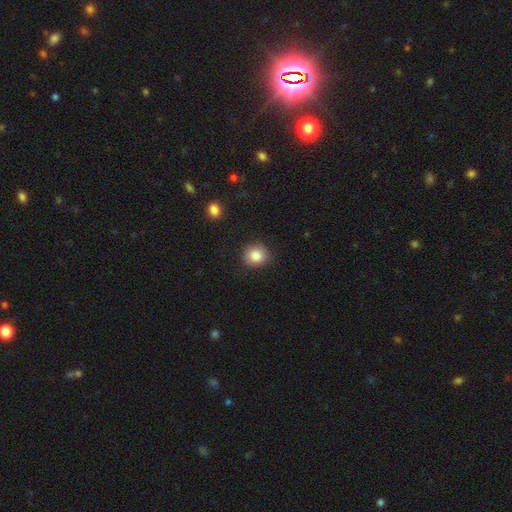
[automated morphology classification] Smooth or featured?
  - smooth: 85% *
  - star or artifact: 9%
  - featured or disk: 6%
How rounded?
  - round: 85% *
  - in between: 14%
  - cigar-shaped: 1%
Merging?
  - none: 88% *
  - minor disturbance: 8%
  - major disturbance: 2%
  - merger: 1%